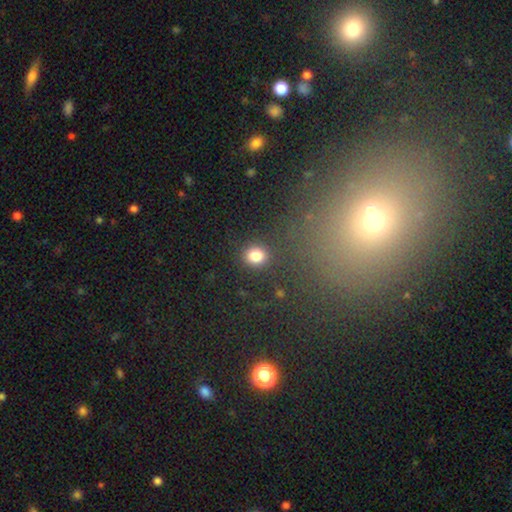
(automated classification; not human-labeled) Smooth or featured? Predicted: smooth (p=0.82). How rounded? Predicted: round (p=0.75). Merging? Predicted: none (p=0.86).